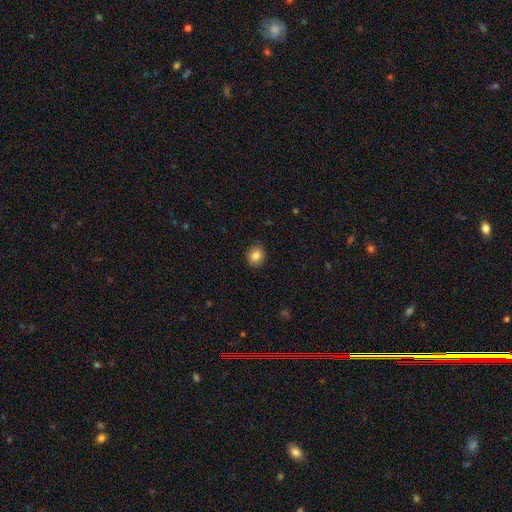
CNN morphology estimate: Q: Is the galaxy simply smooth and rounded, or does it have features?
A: smooth — 85%.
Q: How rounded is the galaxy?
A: round — 65%.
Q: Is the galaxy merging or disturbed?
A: none — 89%.